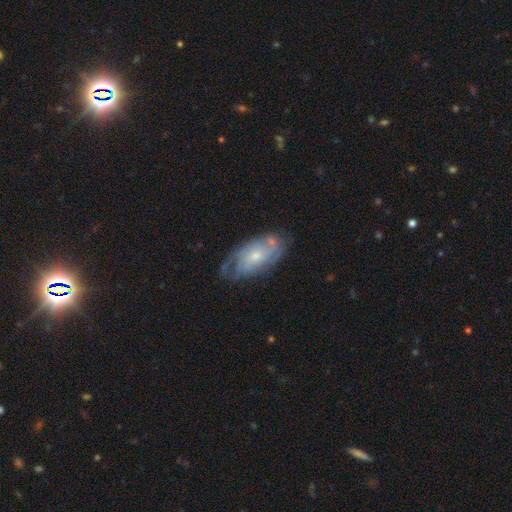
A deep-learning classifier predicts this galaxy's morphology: A featured or disk galaxy (71%) with no bar (74%), tight (51%) spiral arms (84%) and a small central bulge (57%).

Vote fractions:
- Smooth or featured? featured or disk: 71% / smooth: 23% / star or artifact: 6%
- Edge-on disk? no: 93% / yes: 7%
- Bar? no: 74% / weak: 22% / strong: 3%
- Spiral arms? yes: 84% / no: 16%
- Spiral winding? tight: 51% / medium: 35% / loose: 14%
- Spiral arm count? can't tell: 46% / 2: 27% / 3: 13% / 4: 6% / 1: 5% / more than 4: 3%
- Bulge size? small: 57% / moderate: 37% / none: 3% / large: 2% / dominant: 1%
- Merging? none: 59% / minor disturbance: 26% / major disturbance: 11% / merger: 4%